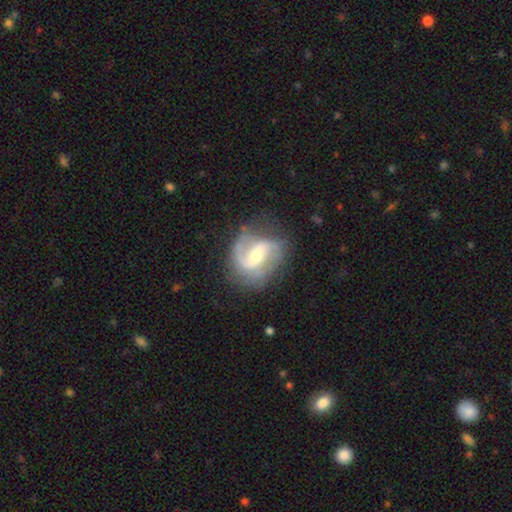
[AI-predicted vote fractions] This appears to be a featured or disk galaxy (83%) with a weak bar (51%), 2 (81%) medium (47%) spiral arms (95%) and a moderate central bulge (49%). Merging: none (67%).